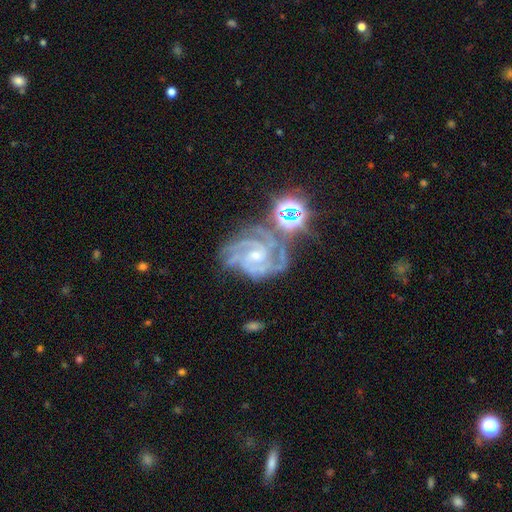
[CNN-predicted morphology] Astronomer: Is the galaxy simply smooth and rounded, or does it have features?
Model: featured or disk — 87%.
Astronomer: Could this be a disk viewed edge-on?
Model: no — 98%.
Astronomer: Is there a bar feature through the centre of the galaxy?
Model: no — 59%.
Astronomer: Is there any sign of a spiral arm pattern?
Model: yes — 98%.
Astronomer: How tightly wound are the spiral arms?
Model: tight — 63%.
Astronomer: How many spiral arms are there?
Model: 3 — 39% (runner-up: 4, 23%).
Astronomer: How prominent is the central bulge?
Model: small — 67%.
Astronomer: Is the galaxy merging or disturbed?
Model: none — 58%.